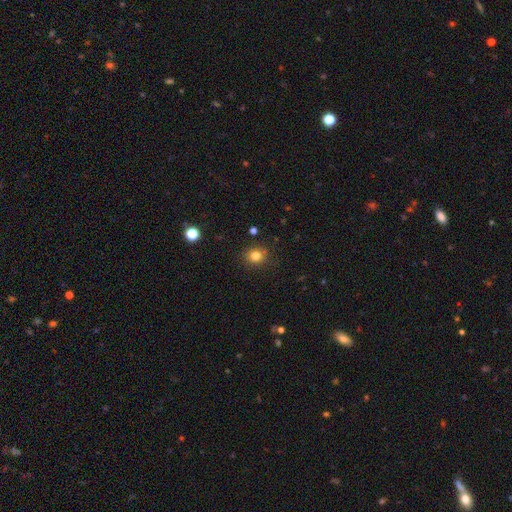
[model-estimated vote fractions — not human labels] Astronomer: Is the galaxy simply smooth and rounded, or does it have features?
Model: smooth — 81%.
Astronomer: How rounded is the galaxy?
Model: round — 79%.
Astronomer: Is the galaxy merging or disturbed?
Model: none — 86%.